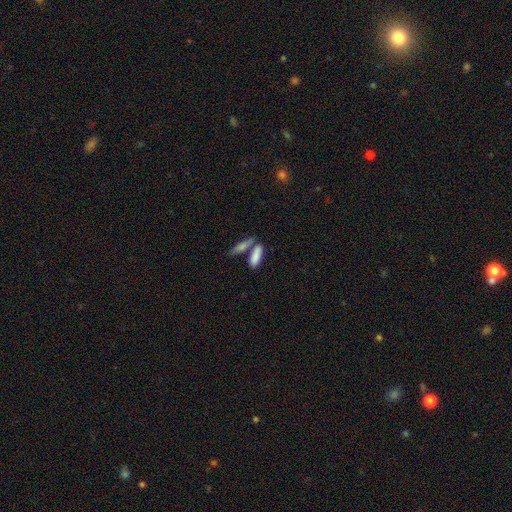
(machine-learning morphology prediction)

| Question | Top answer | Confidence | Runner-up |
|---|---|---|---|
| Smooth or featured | smooth | 83% | featured or disk (11%) |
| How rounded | in between | 53% | cigar-shaped (45%) |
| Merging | none | 50% | merger (35%) |